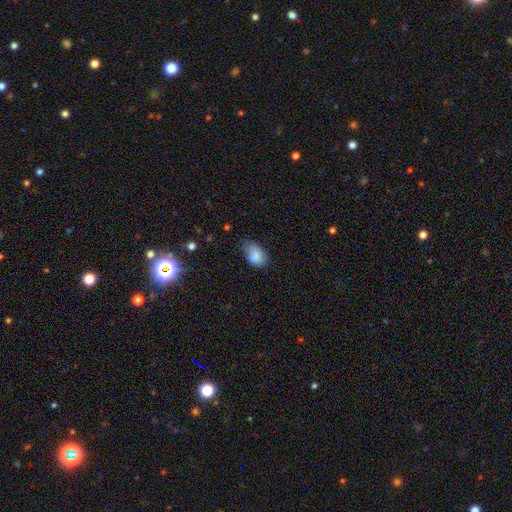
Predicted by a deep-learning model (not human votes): The model was most divided on "merging": none: 54%, minor disturbance: 36%, major disturbance: 8%, merger: 2%. More confident: how rounded — in between (88%); smooth or featured — smooth (85%).